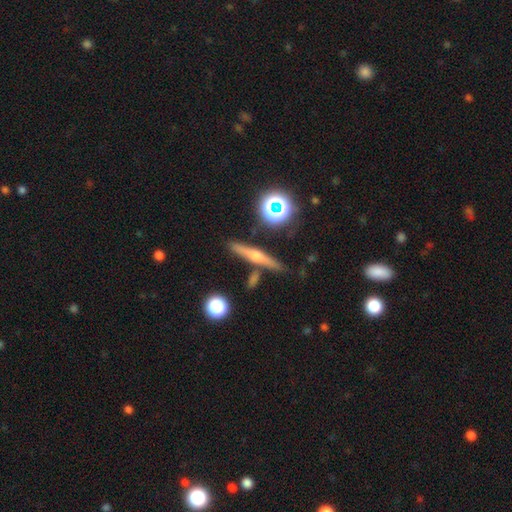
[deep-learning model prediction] Overall: featured or disk (59%; smooth 30%). Edge-on disk: yes (95%). Edge-on bulge: rounded (85%). Merging: none (83%).